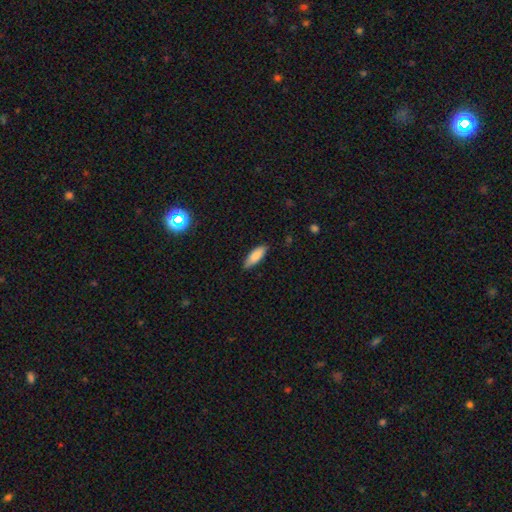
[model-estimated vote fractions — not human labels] A smooth galaxy with no disk features (84%) that is in between round and cigar-shaped (60%).

Vote fractions:
- Smooth or featured? smooth: 84% / featured or disk: 10% / star or artifact: 7%
- How rounded? in between: 60% / cigar-shaped: 38% / round: 2%
- Merging? none: 82% / minor disturbance: 15% / major disturbance: 2% / merger: 1%